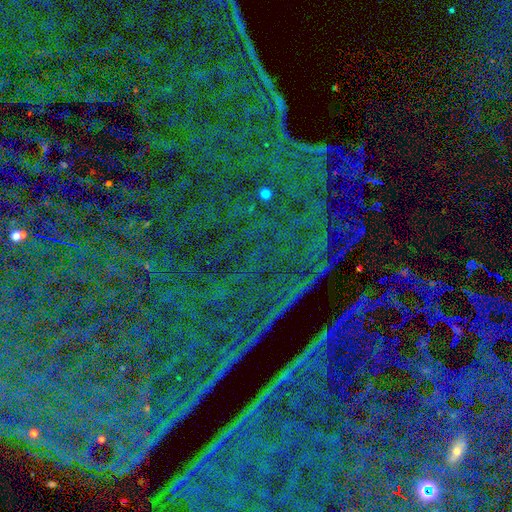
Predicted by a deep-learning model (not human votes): A star or artifact, not a galaxy (88%).